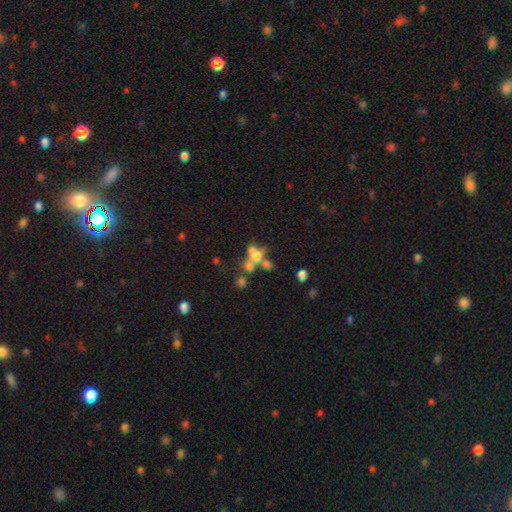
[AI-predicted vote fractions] smooth_or_featured: smooth (p=0.48) [alt: featured or disk p=0.34]
merging: merger (p=0.53) [alt: none p=0.23]